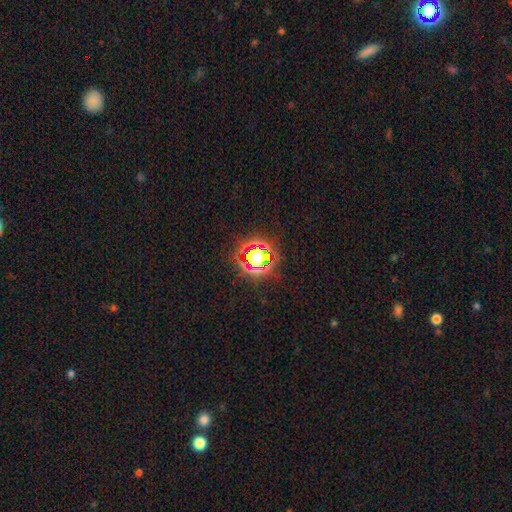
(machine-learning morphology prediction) Smooth or featured? star or artifact (59%)